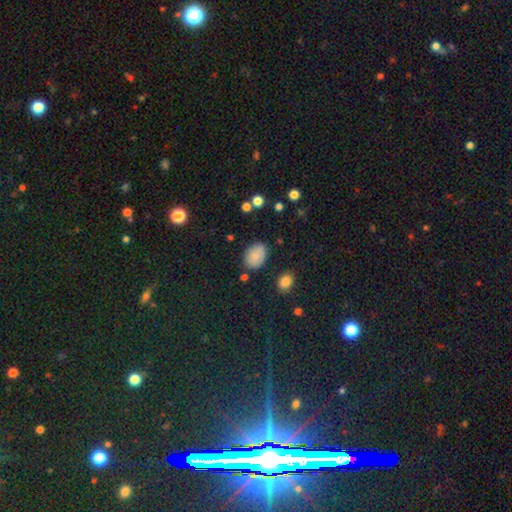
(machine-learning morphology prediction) Q: Smooth or featured?
A: smooth (81%); runner-up: star or artifact (10%)
Q: How rounded?
A: in between (76%); runner-up: round (23%)
Q: Merging?
A: none (80%); runner-up: minor disturbance (14%)